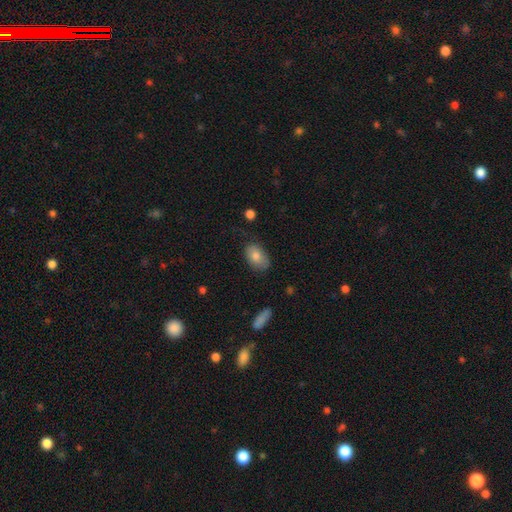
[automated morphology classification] The model was most divided on "merging": none: 69%, minor disturbance: 23%, major disturbance: 6%, merger: 2%. More confident: how rounded — in between (88%); smooth or featured — smooth (77%).